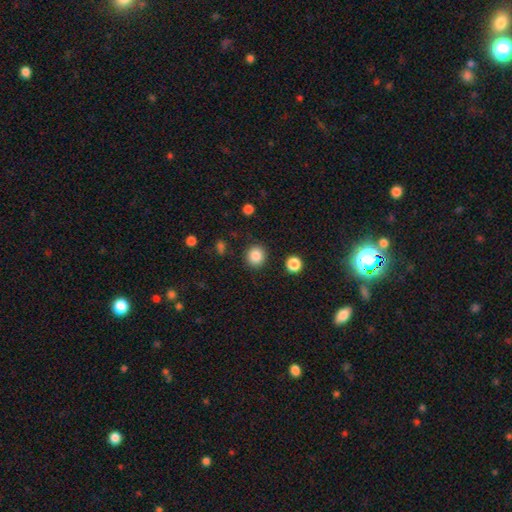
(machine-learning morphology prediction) A smooth galaxy with no disk features (86%) that is round (90%). Merging: none (89%).